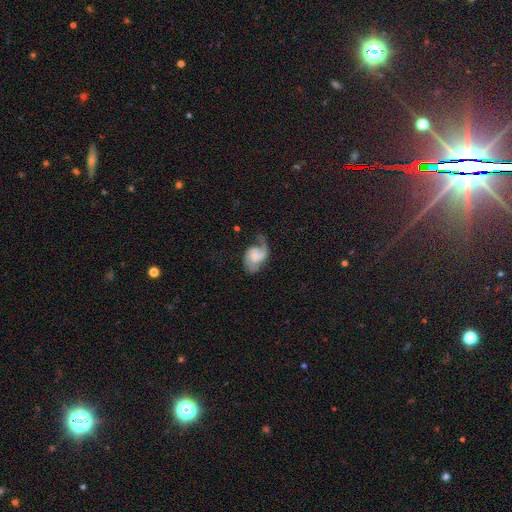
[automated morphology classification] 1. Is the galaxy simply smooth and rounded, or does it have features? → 77% featured or disk, 17% smooth, 7% star or artifact.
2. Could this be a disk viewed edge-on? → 98% no, 2% yes.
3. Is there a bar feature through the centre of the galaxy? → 58% no, 35% weak, 7% strong.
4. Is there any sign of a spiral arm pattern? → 95% yes, 5% no.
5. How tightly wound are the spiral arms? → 44% medium, 39% loose, 17% tight.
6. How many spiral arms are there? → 74% 2, 18% 1, 4% can't tell, 1% 3, 1% 4, 1% more than 4.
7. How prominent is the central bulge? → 35% small, 27% none, 26% moderate, 10% large, 2% dominant.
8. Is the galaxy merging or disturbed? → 47% none, 26% minor disturbance, 25% major disturbance, 2% merger.